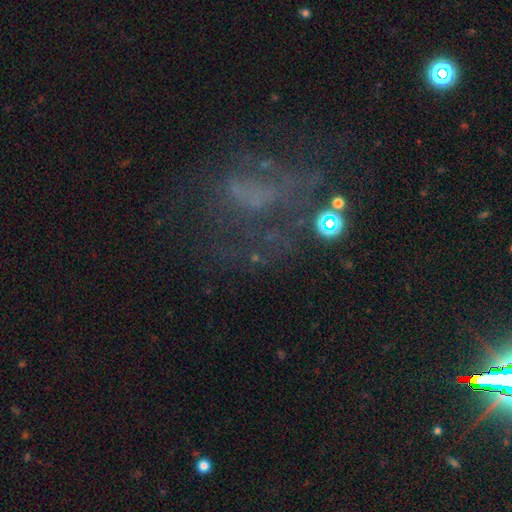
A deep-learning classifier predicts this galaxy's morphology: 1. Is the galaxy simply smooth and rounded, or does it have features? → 46% featured or disk, 31% star or artifact, 22% smooth.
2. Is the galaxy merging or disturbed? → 39% major disturbance, 38% none, 17% minor disturbance, 6% merger.